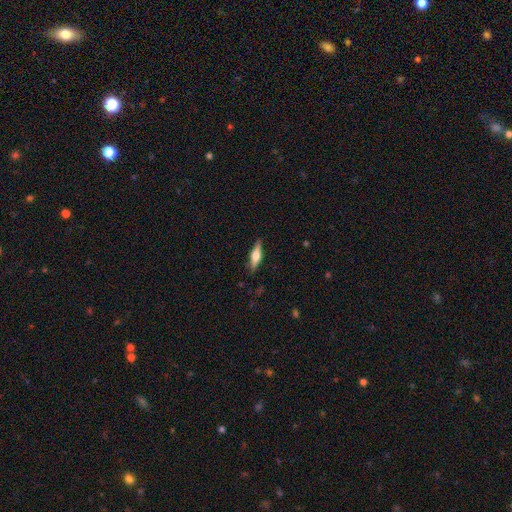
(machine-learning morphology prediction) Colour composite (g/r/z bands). It shows a featured or disk galaxy (49%). Merging: none (86%).